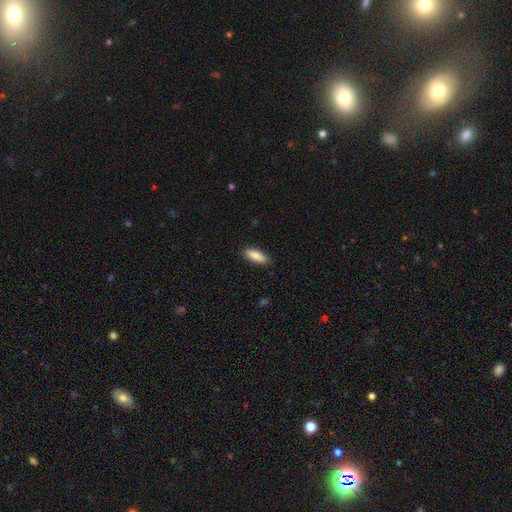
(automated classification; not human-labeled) Smooth or featured?
  - smooth: 89% *
  - star or artifact: 6%
  - featured or disk: 5%
How rounded?
  - in between: 74% *
  - cigar-shaped: 25%
  - round: 2%
Merging?
  - none: 89% *
  - minor disturbance: 8%
  - major disturbance: 2%
  - merger: 1%